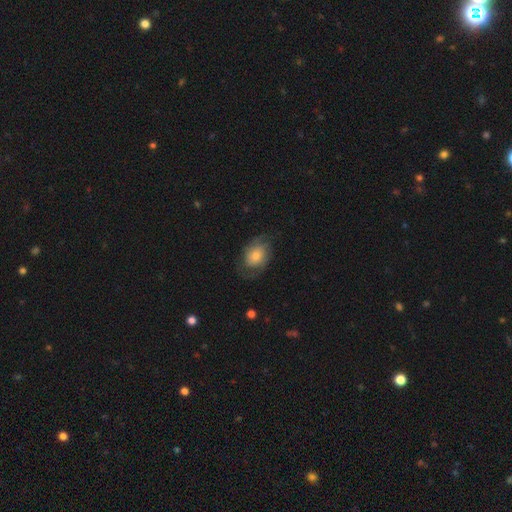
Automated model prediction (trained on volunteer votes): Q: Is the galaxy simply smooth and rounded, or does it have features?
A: featured or disk — 56%.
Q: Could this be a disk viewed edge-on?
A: no — 96%.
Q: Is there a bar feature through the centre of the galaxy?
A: no — 75%.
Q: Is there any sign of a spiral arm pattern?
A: yes — 84%.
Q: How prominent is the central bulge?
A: moderate — 42%.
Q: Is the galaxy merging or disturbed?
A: none — 64%.